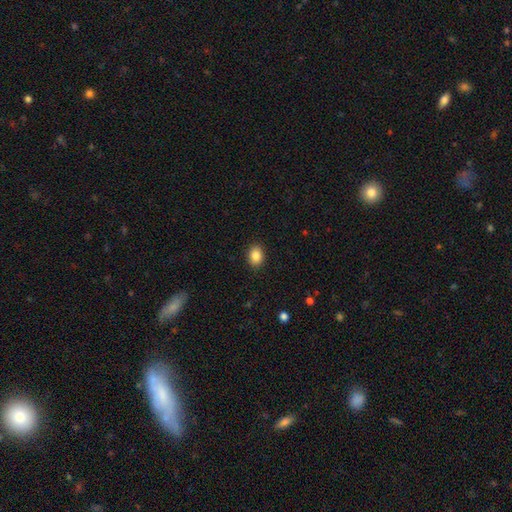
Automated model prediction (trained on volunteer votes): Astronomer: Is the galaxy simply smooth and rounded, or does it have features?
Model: smooth — 87%.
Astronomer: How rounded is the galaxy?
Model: in between — 65%.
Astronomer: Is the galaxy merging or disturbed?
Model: none — 90%.